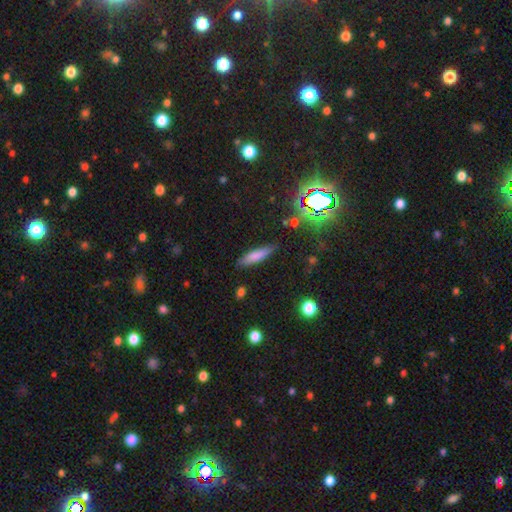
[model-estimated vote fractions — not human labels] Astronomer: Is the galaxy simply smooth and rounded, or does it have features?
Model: smooth — 75%.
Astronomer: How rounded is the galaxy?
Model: cigar-shaped — 75%.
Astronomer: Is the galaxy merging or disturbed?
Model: none — 83%.